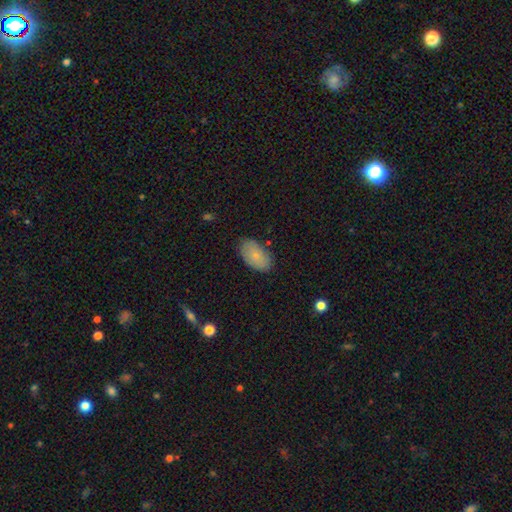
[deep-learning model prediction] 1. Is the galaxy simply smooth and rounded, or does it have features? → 78% smooth, 15% featured or disk, 7% star or artifact.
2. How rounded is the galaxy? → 94% in between, 4% round, 2% cigar-shaped.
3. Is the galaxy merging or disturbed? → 83% none, 13% minor disturbance, 3% major disturbance, 1% merger.